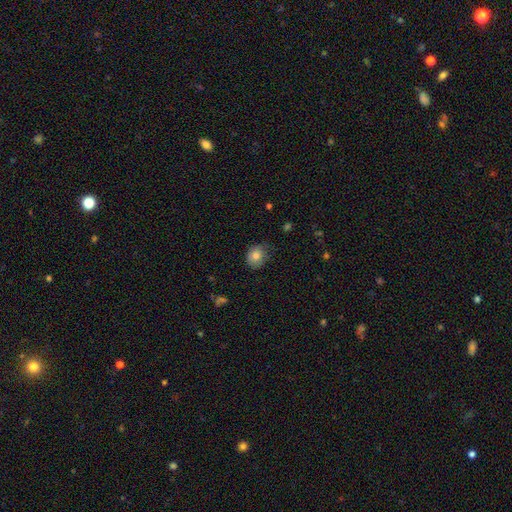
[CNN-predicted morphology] Q: Smooth or featured?
A: smooth (80%); runner-up: featured or disk (11%)
Q: How rounded?
A: round (60%); runner-up: in between (39%)
Q: Merging?
A: none (67%); runner-up: minor disturbance (26%)